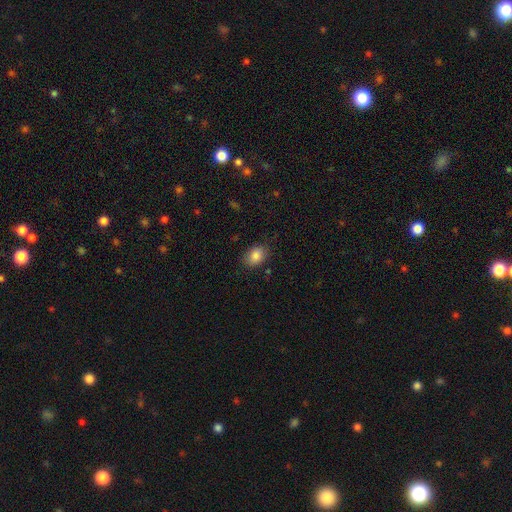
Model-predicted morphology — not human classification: Smooth or featured? smooth (85%)
How rounded? in between (78%)
Merging? none (80%)